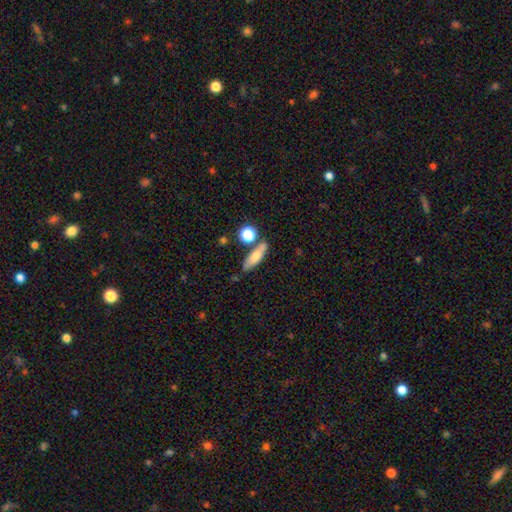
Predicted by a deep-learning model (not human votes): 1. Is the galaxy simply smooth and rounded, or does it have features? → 68% smooth, 22% featured or disk, 9% star or artifact.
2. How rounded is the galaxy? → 49% cigar-shaped, 44% in between, 6% round.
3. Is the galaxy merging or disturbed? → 66% none, 15% merger, 15% minor disturbance, 5% major disturbance.